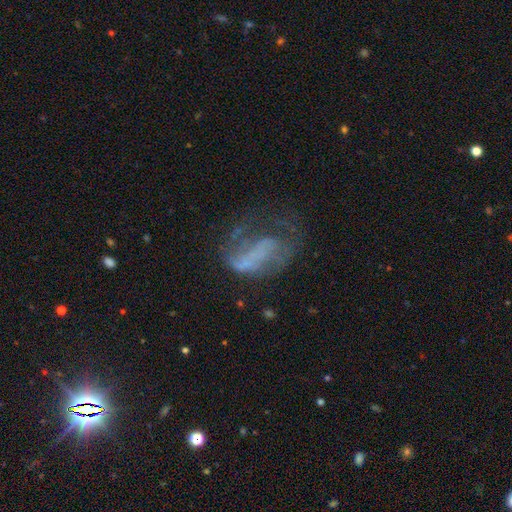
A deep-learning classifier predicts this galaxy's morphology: A featured or disk galaxy (59%) with no bar (66%), no spiral arms (56%) and no central bulge (74%). Merging: major disturbance (47%).